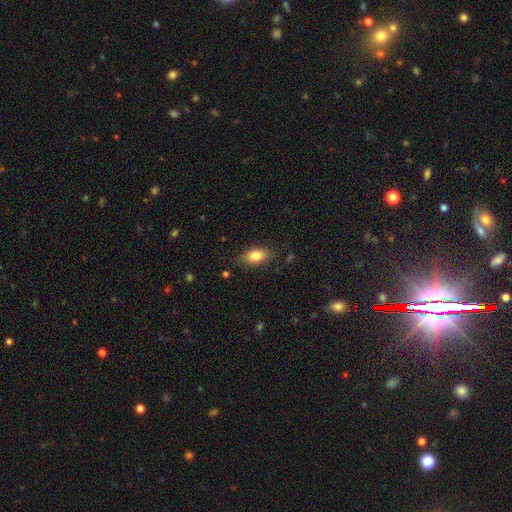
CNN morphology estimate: This is clearly a smooth galaxy (82%). How rounded: clearly in between (87%). Merging: clearly none (81%).